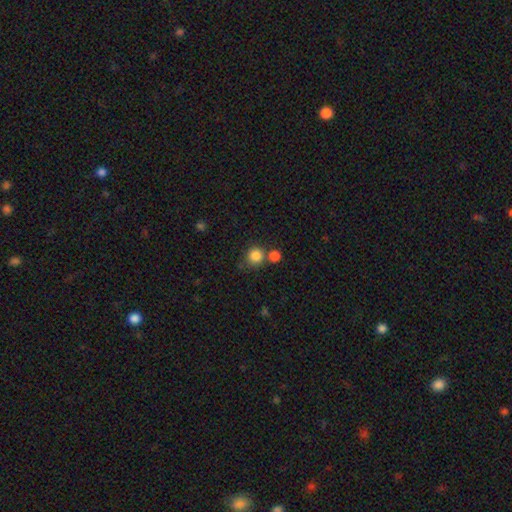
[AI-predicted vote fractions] Q: Smooth or featured?
A: smooth (85%); runner-up: star or artifact (11%)
Q: How rounded?
A: round (91%); runner-up: in between (9%)
Q: Merging?
A: none (64%); runner-up: merger (23%)